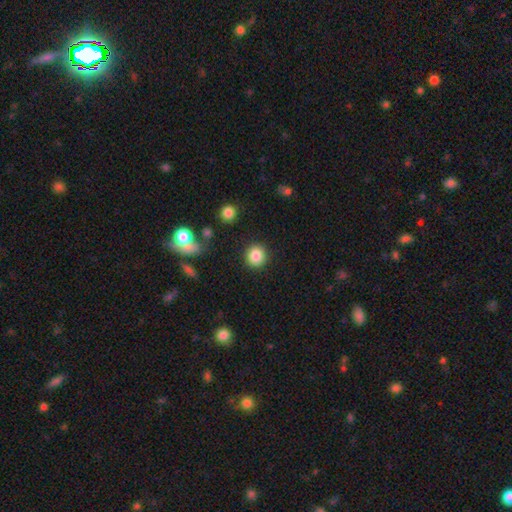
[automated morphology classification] A smooth galaxy with no disk features (86%) that is round (88%). Merging: none (88%).